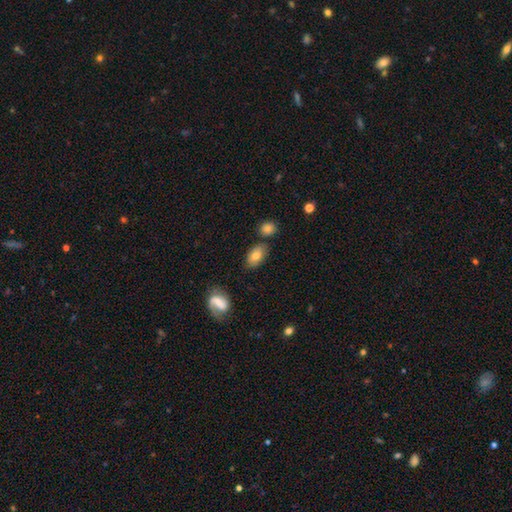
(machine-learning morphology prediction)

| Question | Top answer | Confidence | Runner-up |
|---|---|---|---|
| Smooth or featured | smooth | 75% | featured or disk (16%) |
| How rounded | in between | 90% | round (7%) |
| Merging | none | 76% | minor disturbance (13%) |